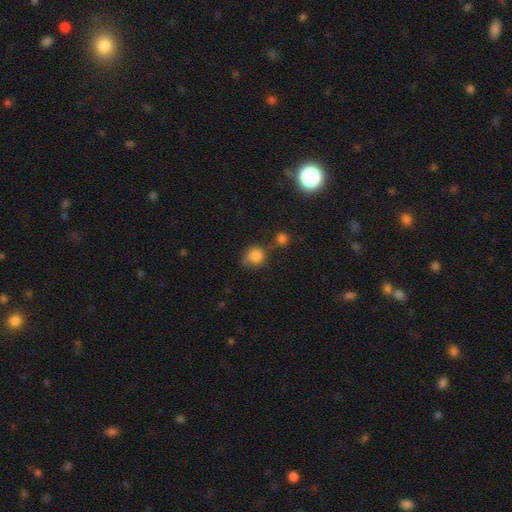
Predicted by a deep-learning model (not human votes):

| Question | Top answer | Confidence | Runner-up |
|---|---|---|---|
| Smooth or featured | smooth | 83% | star or artifact (11%) |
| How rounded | round | 80% | in between (19%) |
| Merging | none | 60% | minor disturbance (24%) |